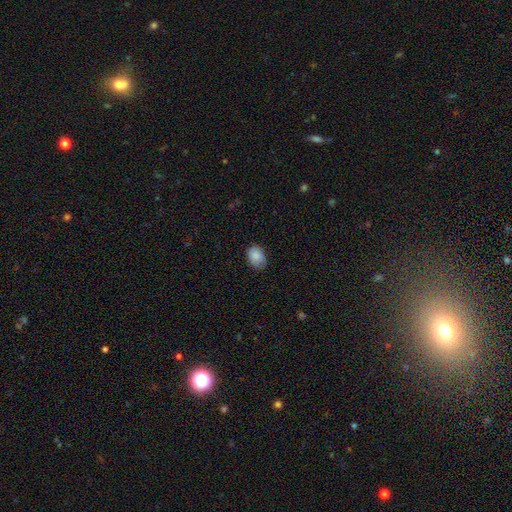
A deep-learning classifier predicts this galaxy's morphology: This is clearly a smooth galaxy (87%). How rounded: likely in between (75%). Merging: likely none (80%).